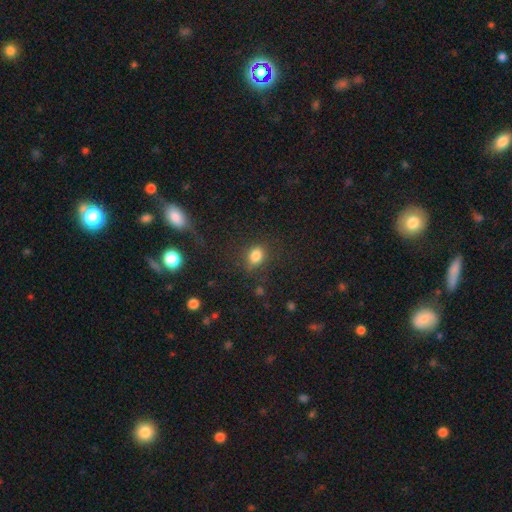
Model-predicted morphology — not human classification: A smooth galaxy with no disk features (80%) that is in between round and cigar-shaped (59%).

Vote fractions:
- Smooth or featured? smooth: 80% / star or artifact: 13% / featured or disk: 7%
- How rounded? in between: 59% / round: 39% / cigar-shaped: 2%
- Merging? none: 75% / minor disturbance: 16% / major disturbance: 7% / merger: 3%